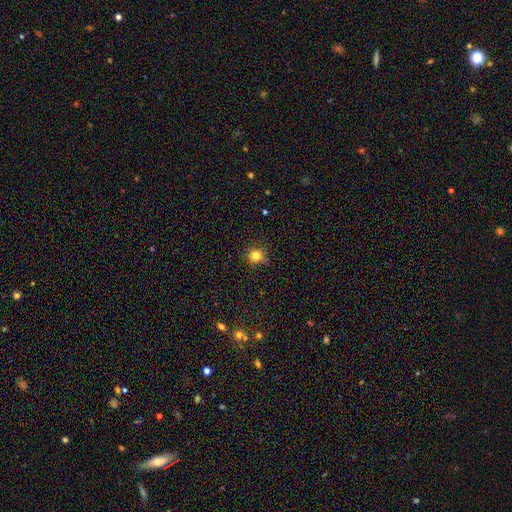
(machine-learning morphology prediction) This is clearly a smooth galaxy (80%). How rounded: clearly round (89%). Merging: clearly none (84%).